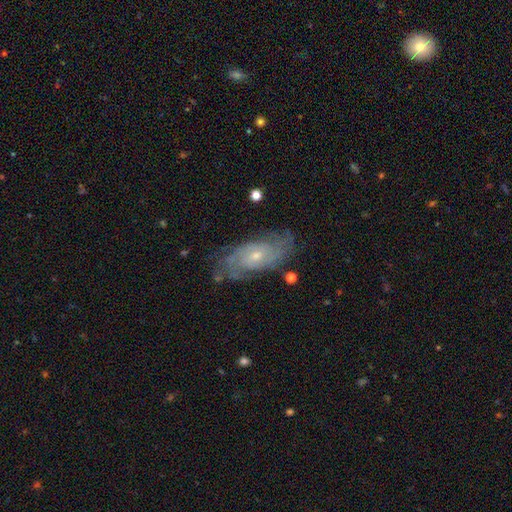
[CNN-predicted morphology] Smooth or featured? featured or disk (79%)
Edge-on disk? no (92%)
Bar? no (68%)
Spiral arms? yes (92%)
Spiral winding? tight (57%)
Spiral arm count? can't tell (42%)
Bulge size? small (61%)
Merging? none (74%)